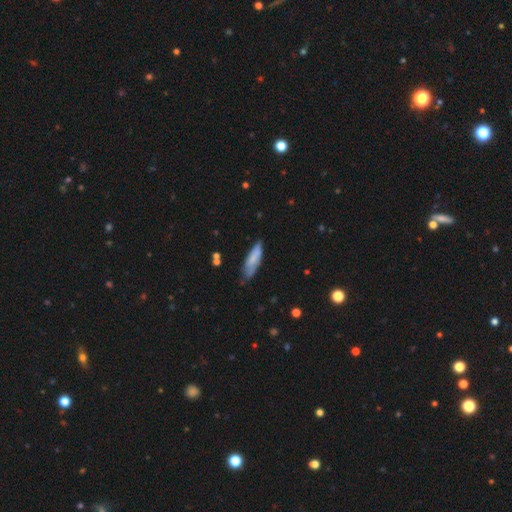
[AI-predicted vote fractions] Smooth or featured? smooth (72%)
How rounded? cigar-shaped (60%)
Merging? none (66%)